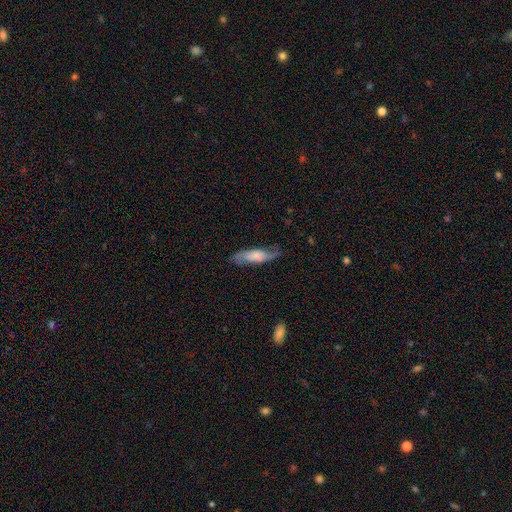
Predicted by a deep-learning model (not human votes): smooth_or_featured: featured or disk (p=0.47) [alt: smooth p=0.46]
merging: none (p=0.68) [alt: minor disturbance p=0.23]